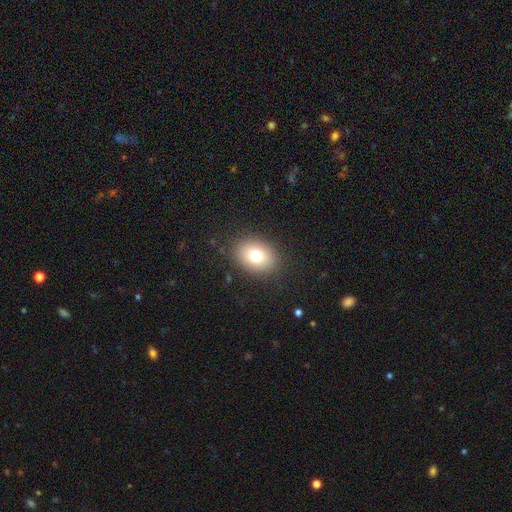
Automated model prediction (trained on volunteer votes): smooth-or-featured: smooth: 77% | featured or disk: 12% | star or artifact: 11%
  how-rounded: in between: 64% | round: 35% | cigar-shaped: 1%
  merging: none: 87% | minor disturbance: 9% | major disturbance: 3% | merger: 1%